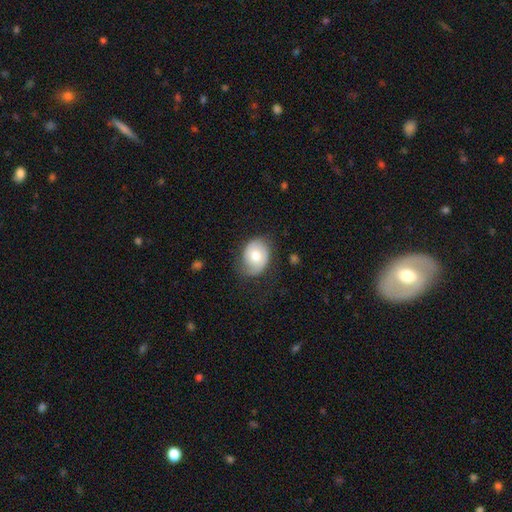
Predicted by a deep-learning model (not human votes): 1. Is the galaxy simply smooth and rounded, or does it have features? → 62% smooth, 31% featured or disk, 7% star or artifact.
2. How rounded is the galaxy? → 60% in between, 39% round, 1% cigar-shaped.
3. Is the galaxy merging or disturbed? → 64% none, 26% minor disturbance, 9% major disturbance, 1% merger.